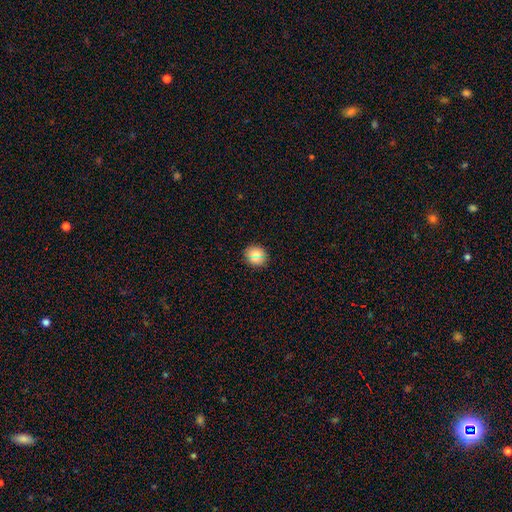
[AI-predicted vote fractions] Q: Smooth or featured?
A: smooth (79%); runner-up: star or artifact (12%)
Q: How rounded?
A: round (85%); runner-up: in between (13%)
Q: Merging?
A: none (89%); runner-up: minor disturbance (8%)